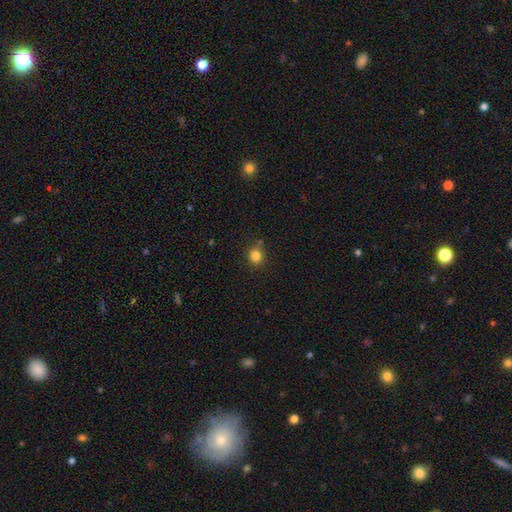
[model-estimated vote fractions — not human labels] This is clearly a smooth galaxy (83%). How rounded: clearly round (88%). Merging: likely none (79%).